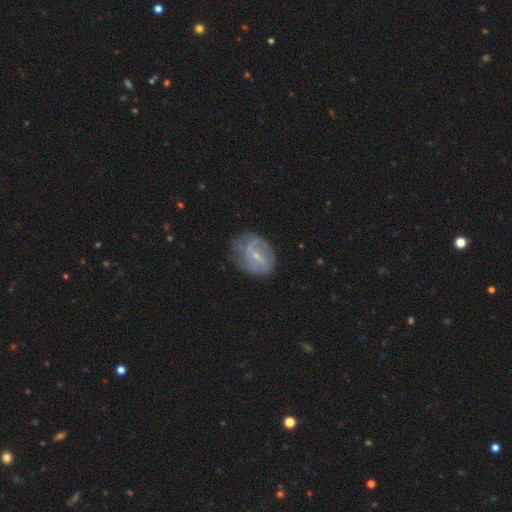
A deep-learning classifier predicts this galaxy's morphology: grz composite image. It shows a featured or disk galaxy (70%) with a weak bar (52%), spiral arms (74%) and a small central bulge (70%). Merging: none (53%).